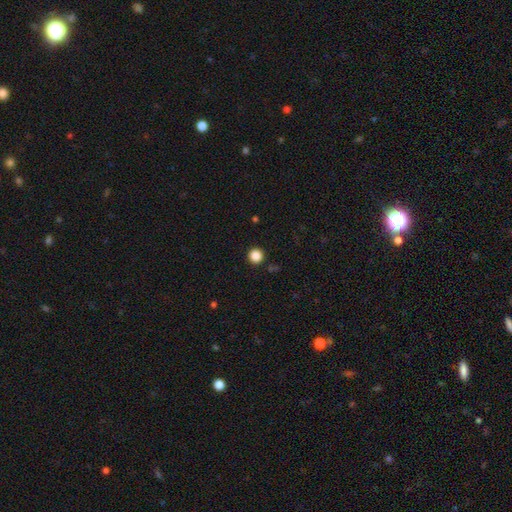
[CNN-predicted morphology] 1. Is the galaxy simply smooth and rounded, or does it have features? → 86% smooth, 11% star or artifact, 3% featured or disk.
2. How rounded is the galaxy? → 96% round, 3% in between, 1% cigar-shaped.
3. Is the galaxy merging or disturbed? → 92% none, 5% minor disturbance, 2% major disturbance, 1% merger.